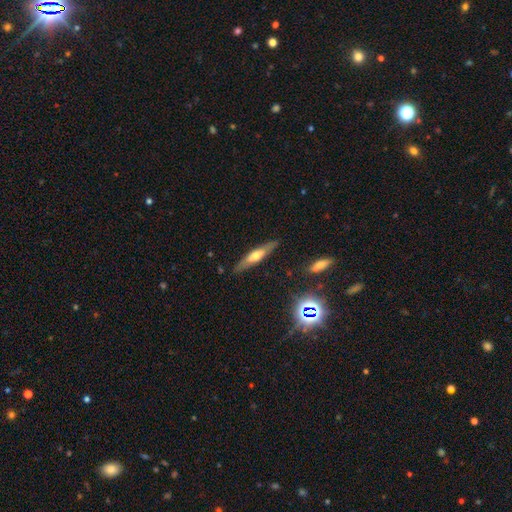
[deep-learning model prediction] smooth-or-featured: featured or disk: 53% | smooth: 39% | star or artifact: 8%
  disk-edge-on: yes: 88% | no: 12%
  merging: none: 86% | minor disturbance: 10% | major disturbance: 2% | merger: 2%